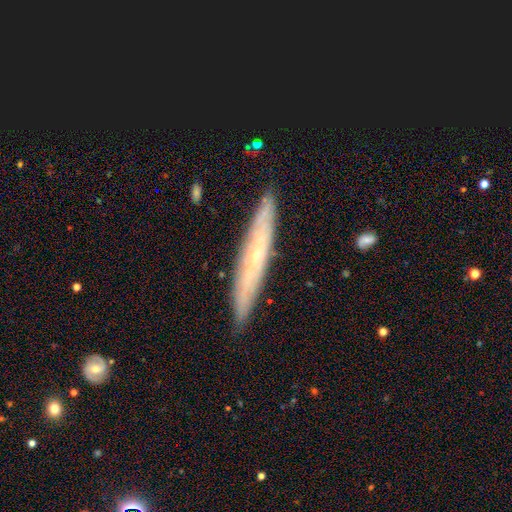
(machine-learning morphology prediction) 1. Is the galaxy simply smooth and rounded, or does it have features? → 59% featured or disk, 33% smooth, 8% star or artifact.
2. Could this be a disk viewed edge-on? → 77% yes, 23% no.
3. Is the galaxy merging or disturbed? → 88% none, 9% minor disturbance, 2% major disturbance, 1% merger.